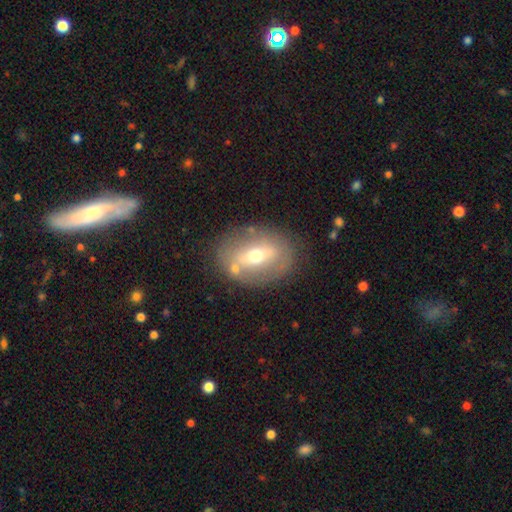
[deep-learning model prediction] Q: Smooth or featured?
A: featured or disk (54%); runner-up: smooth (38%)
Q: Edge-on disk?
A: no (83%); runner-up: yes (17%)
Q: Merging?
A: none (77%); runner-up: minor disturbance (13%)